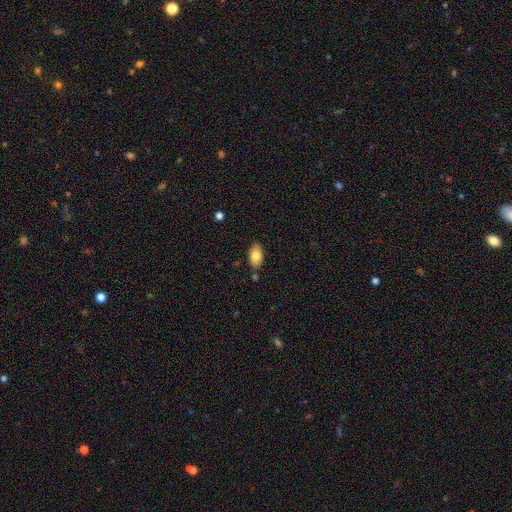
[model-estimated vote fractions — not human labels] A smooth galaxy with no disk features (81%) that is in between round and cigar-shaped (94%).

Vote fractions:
- Smooth or featured? smooth: 81% / featured or disk: 12% / star or artifact: 7%
- How rounded? in between: 94% / round: 4% / cigar-shaped: 2%
- Merging? none: 82% / minor disturbance: 12% / merger: 4% / major disturbance: 2%